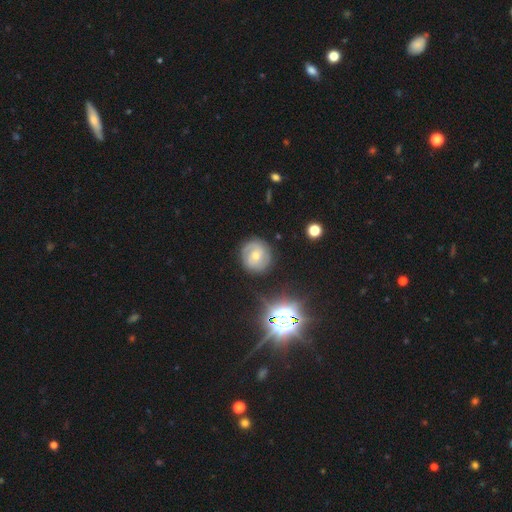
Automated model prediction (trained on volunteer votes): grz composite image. It shows a featured or disk galaxy (61%) with no bar (59%), 2 (46%) tight (66%) spiral arms (86%) and a moderate central bulge (50%). Merging: none (81%).